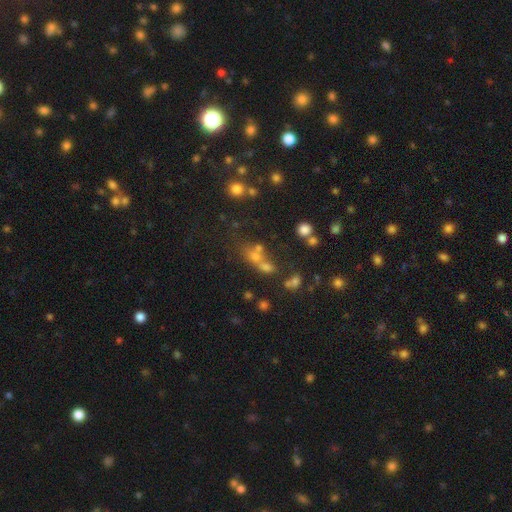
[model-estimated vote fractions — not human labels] This is possibly a smooth galaxy (49%). Merging: marginally merger (43%).